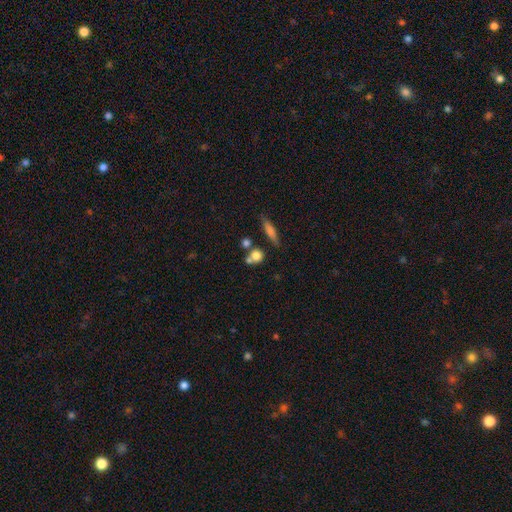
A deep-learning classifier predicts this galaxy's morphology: Smooth or featured?
  - smooth: 76% *
  - featured or disk: 13%
  - star or artifact: 11%
How rounded?
  - round: 75% *
  - in between: 19%
  - cigar-shaped: 6%
Merging?
  - none: 52% *
  - merger: 32%
  - minor disturbance: 11%
  - major disturbance: 5%